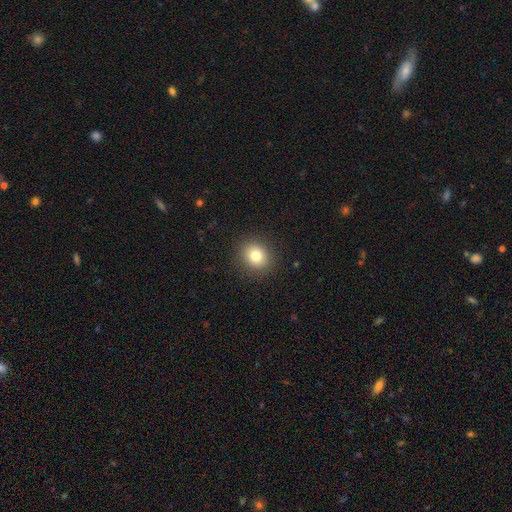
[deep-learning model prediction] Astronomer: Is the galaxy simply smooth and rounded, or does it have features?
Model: smooth — 81%.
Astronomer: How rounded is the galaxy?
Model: round — 78%.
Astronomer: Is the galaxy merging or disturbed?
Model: none — 90%.